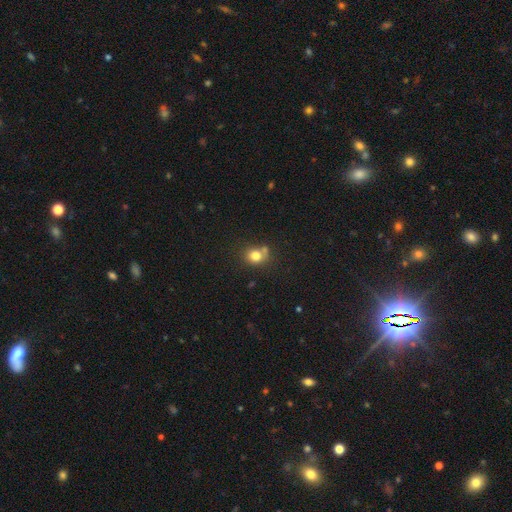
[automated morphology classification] This is likely a smooth galaxy (79%). How rounded: likely round (72%). Merging: likely none (61%).